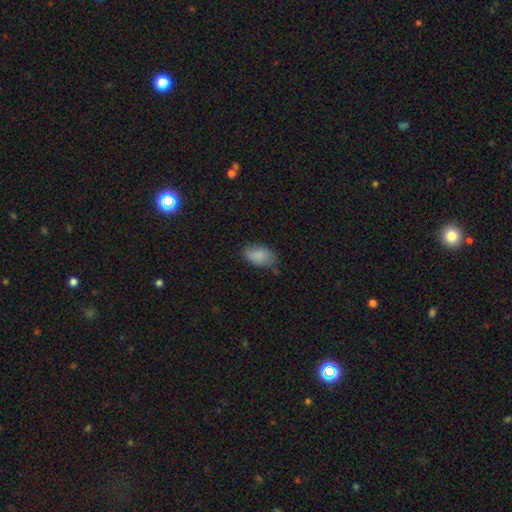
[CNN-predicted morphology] Overall: smooth (86%). How rounded: in between (92%). Merging: none (68%).